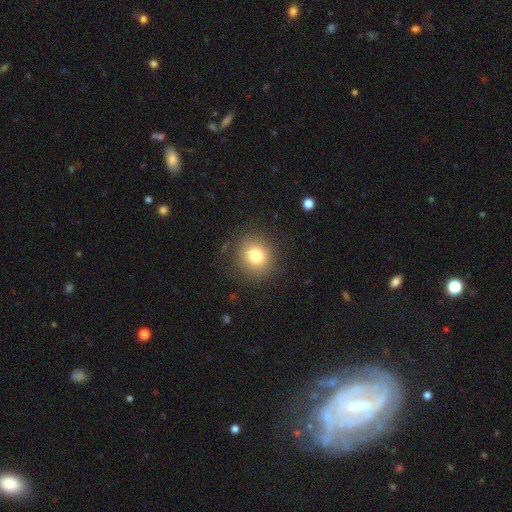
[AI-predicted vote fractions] Smooth or featured?
  - smooth: 78% *
  - star or artifact: 12%
  - featured or disk: 11%
How rounded?
  - round: 91% *
  - in between: 8%
  - cigar-shaped: 1%
Merging?
  - none: 86% *
  - minor disturbance: 9%
  - major disturbance: 4%
  - merger: 1%